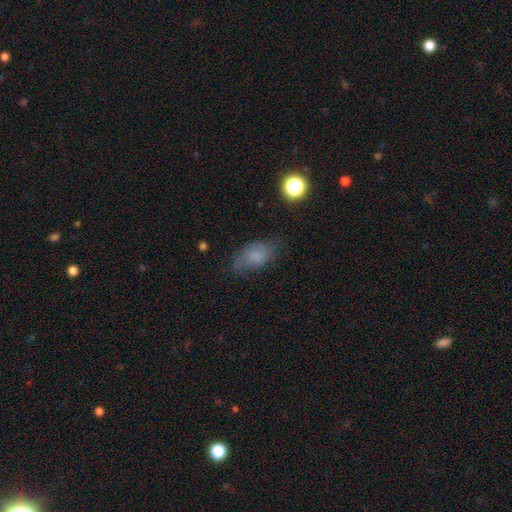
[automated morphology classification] Smooth or featured? Predicted: smooth (p=0.64). How rounded? Predicted: in between (p=0.88). Merging? Predicted: none (p=0.57).